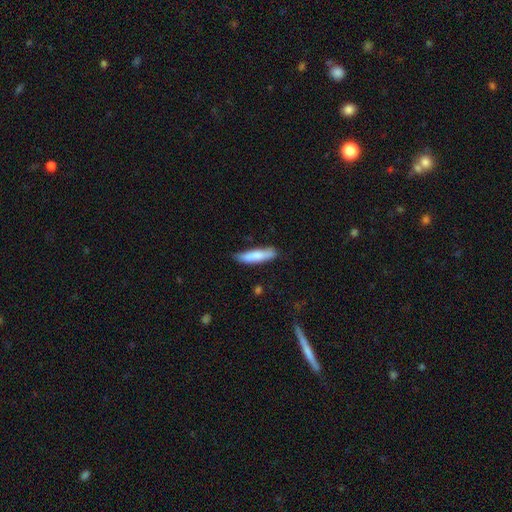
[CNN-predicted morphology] smooth 77%, featured or disk 17%, star or artifact 6%. Down the decision tree: how rounded — cigar-shaped (77%); merging — none (73%).